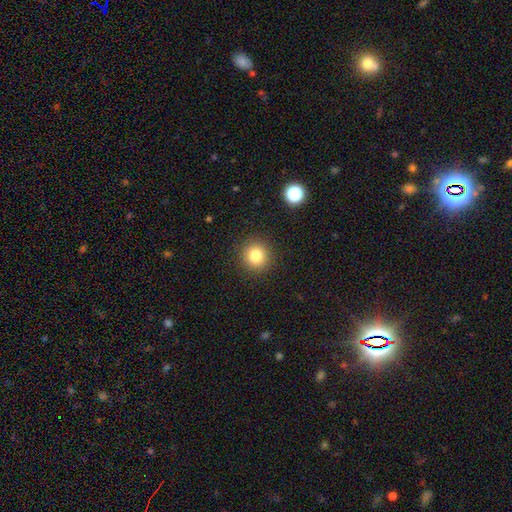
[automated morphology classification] Overall: smooth (81%). How rounded: round (93%). Merging: none (90%).